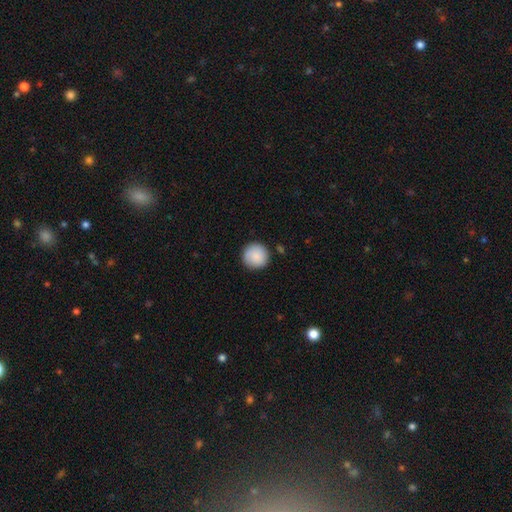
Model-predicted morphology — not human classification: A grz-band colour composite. It shows a smooth galaxy with no disk features (89%) that is round (96%). Merging: none (89%).